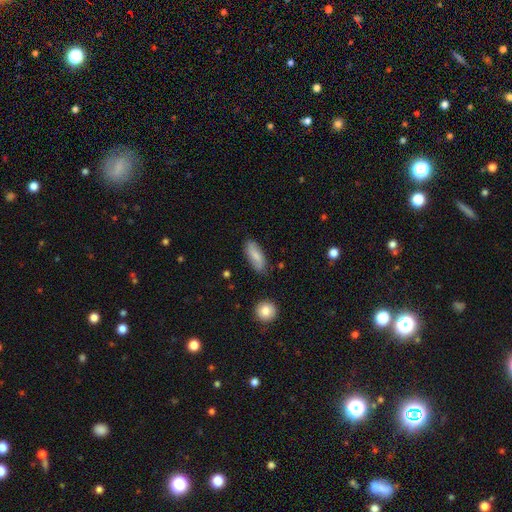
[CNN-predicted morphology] Smooth or featured?
  - smooth: 69% *
  - featured or disk: 24%
  - star or artifact: 6%
How rounded?
  - in between: 79% *
  - cigar-shaped: 18%
  - round: 3%
Merging?
  - none: 78% *
  - minor disturbance: 16%
  - major disturbance: 3%
  - merger: 2%